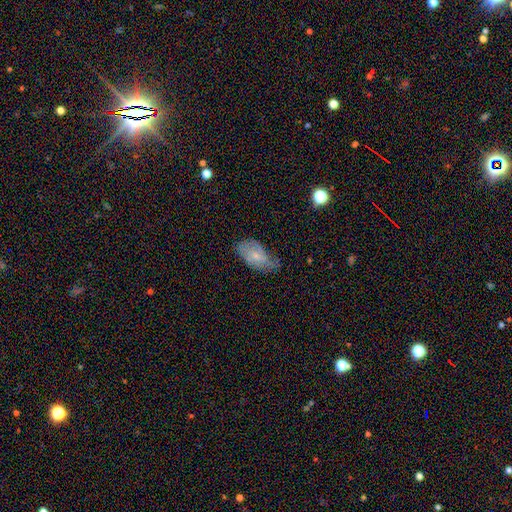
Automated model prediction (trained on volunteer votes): This is possibly a smooth galaxy (47%). Merging: marginally none (44%).